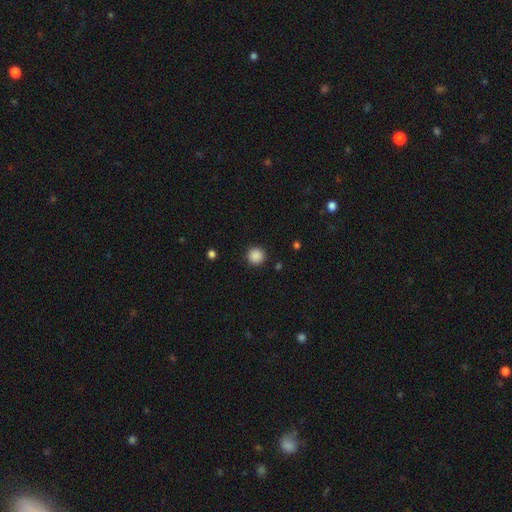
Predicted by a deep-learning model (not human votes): Smooth or featured? smooth (88%)
How rounded? round (95%)
Merging? none (91%)